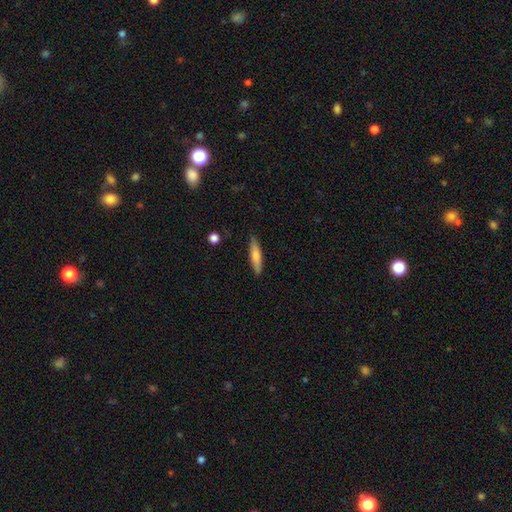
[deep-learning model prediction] A smooth galaxy with no disk features (72%) that is cigar-shaped (81%).

Vote fractions:
- Smooth or featured? smooth: 72% / featured or disk: 22% / star or artifact: 6%
- How rounded? cigar-shaped: 81% / in between: 18% / round: 2%
- Merging? none: 87% / minor disturbance: 10% / major disturbance: 2% / merger: 1%